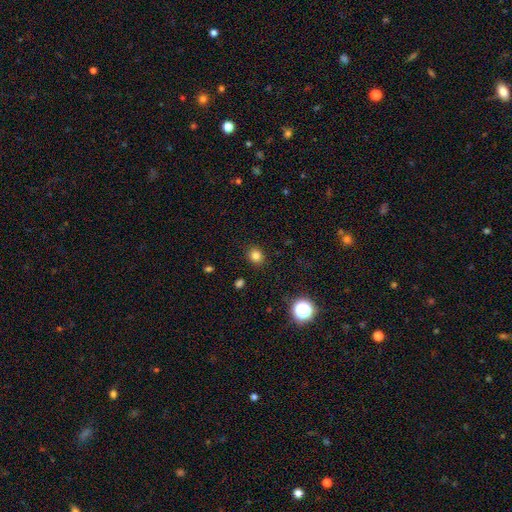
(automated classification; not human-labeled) smooth 81%, star or artifact 14%, featured or disk 5%. Down the decision tree: how rounded — round (77%); merging — none (90%).